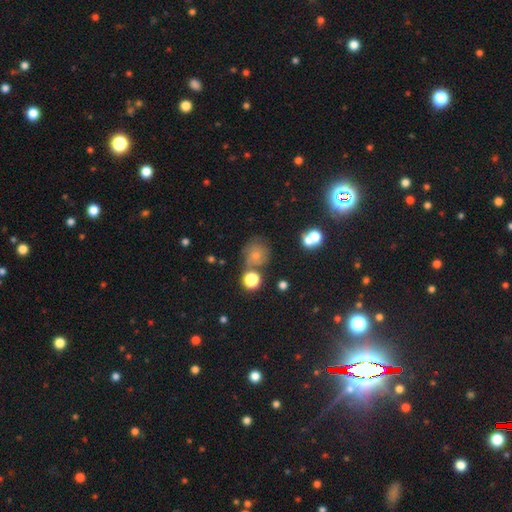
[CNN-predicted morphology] Overall: smooth (54%; featured or disk 29%). How rounded: round (84%). Merging: none (55%; minor disturbance 21%).